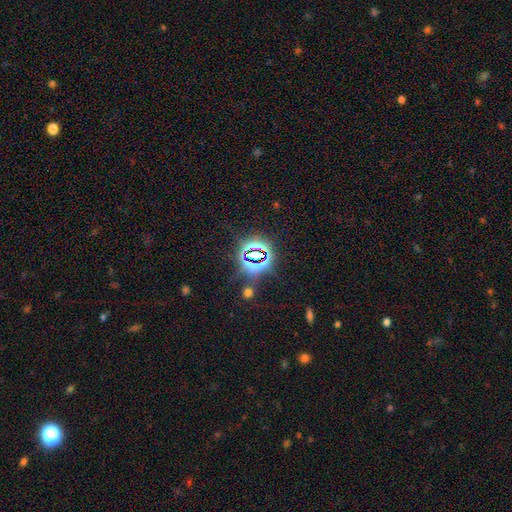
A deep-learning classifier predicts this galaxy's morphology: Smooth or featured? Predicted: star or artifact (p=0.78).